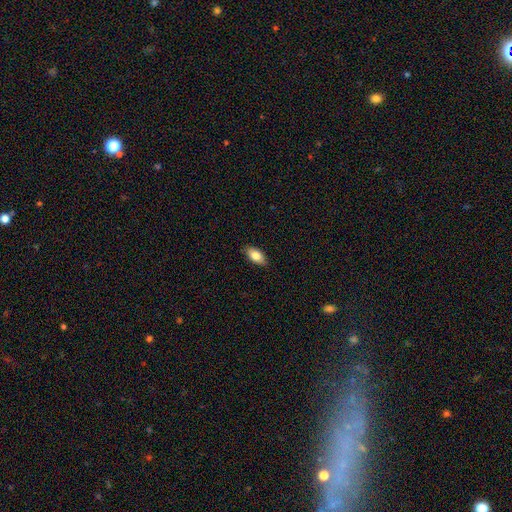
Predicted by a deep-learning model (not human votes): smooth_or_featured: smooth (p=0.82) [alt: featured or disk p=0.11]
how_rounded: in between (p=0.90) [alt: cigar-shaped p=0.06]
merging: none (p=0.87) [alt: minor disturbance p=0.10]